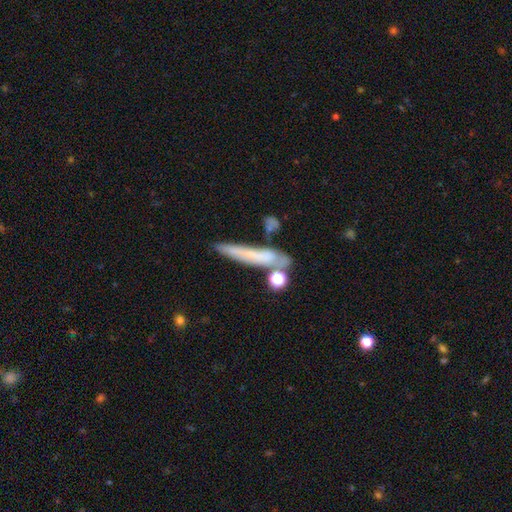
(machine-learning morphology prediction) This is possibly a smooth galaxy (55%). How rounded: clearly cigar-shaped (86%). Merging: possibly none (57%).